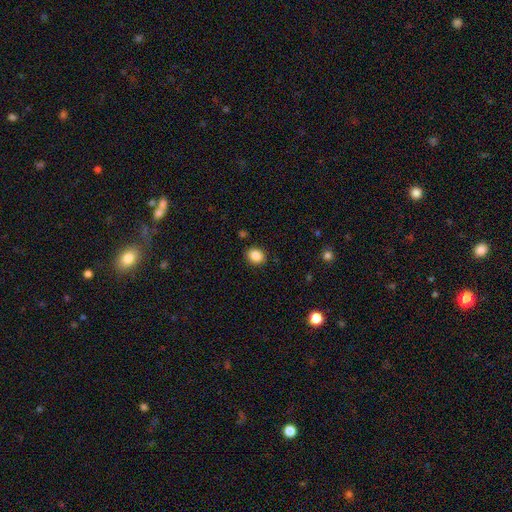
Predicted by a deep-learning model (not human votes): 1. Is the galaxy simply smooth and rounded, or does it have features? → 87% smooth, 10% star or artifact, 4% featured or disk.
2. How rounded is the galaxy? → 62% round, 38% in between, 1% cigar-shaped.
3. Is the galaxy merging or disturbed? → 89% none, 7% minor disturbance, 2% major disturbance, 1% merger.